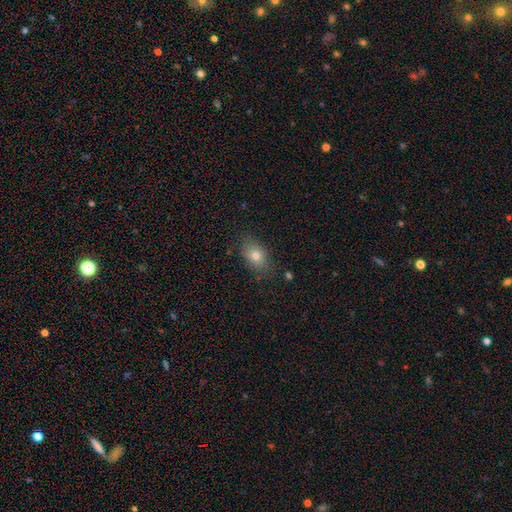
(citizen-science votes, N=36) smooth-or-featured: smooth: 83% | featured or disk: 8% | star or artifact: 8%
  how-rounded: in between: 67% | round: 23% | cigar-shaped: 10%
  merging: none: 88% | minor disturbance: 12% | major disturbance: 0% | merger: 0%